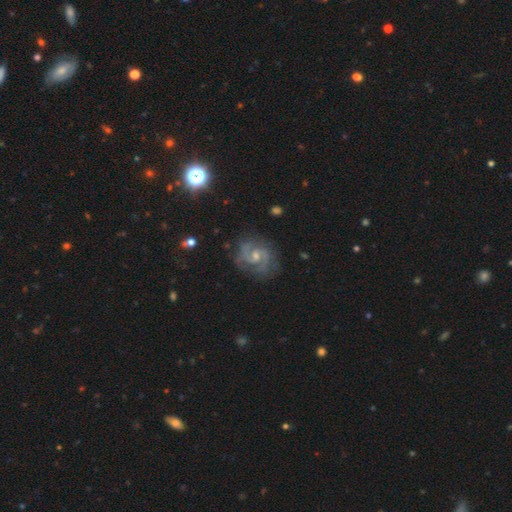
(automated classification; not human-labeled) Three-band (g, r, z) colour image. It shows a featured or disk galaxy (81%) with no bar (47%), 2 (66%) medium (47%) spiral arms (95%) and a small central bulge (48%). Merging: none (77%).